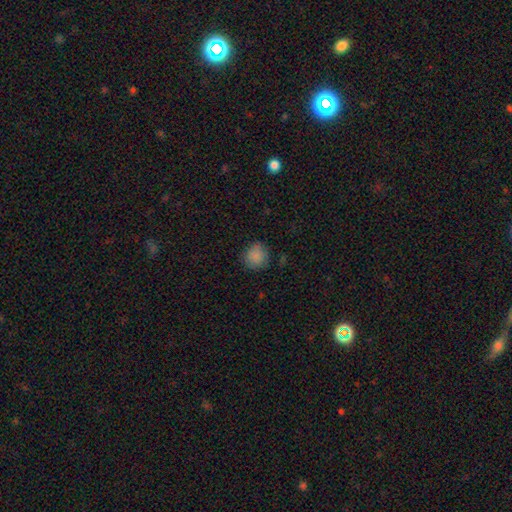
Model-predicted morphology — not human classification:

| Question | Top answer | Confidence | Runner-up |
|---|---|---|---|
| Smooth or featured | smooth | 86% | star or artifact (10%) |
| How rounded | round | 89% | in between (10%) |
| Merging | none | 83% | minor disturbance (12%) |